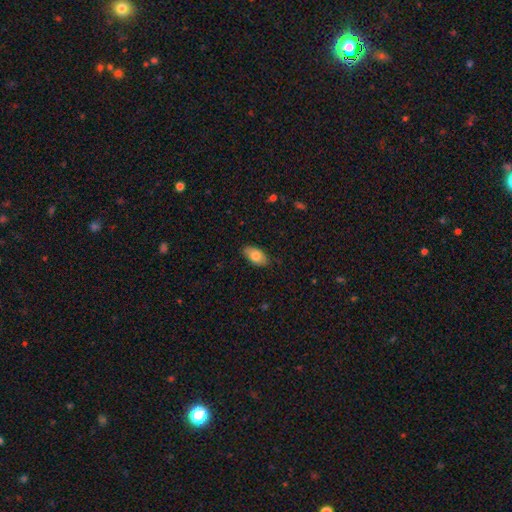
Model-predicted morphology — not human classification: Smooth or featured: smooth — 80% (featured or disk — 14%)
How rounded: in between — 93% (cigar-shaped — 4%)
Merging: none — 81% (minor disturbance — 15%)